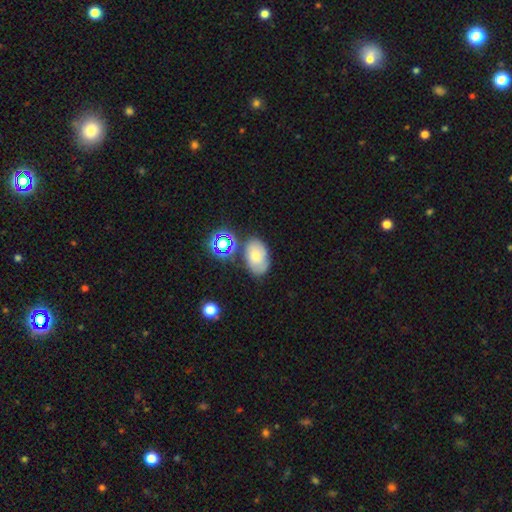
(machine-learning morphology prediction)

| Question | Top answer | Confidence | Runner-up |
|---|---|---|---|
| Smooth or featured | smooth | 52% | featured or disk (28%) |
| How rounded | in between | 85% | round (14%) |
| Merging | none | 69% | minor disturbance (18%) |